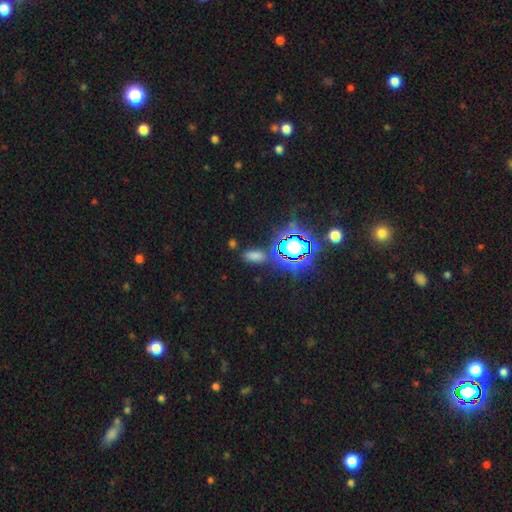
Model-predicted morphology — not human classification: type=smooth (54%); roundness=in between (76%); merging=none (77%).